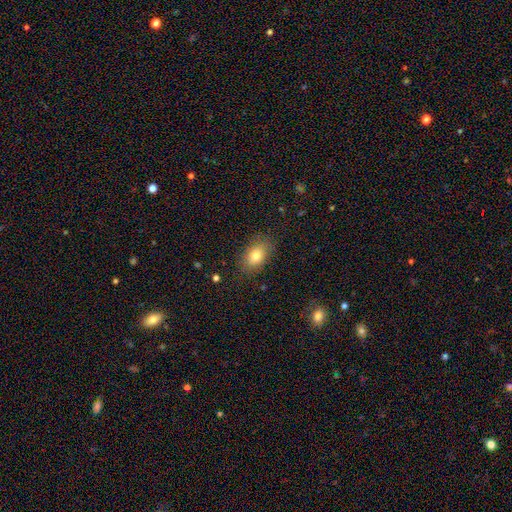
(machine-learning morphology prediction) type=smooth (79%); roundness=in between (82%); merging=none (82%).